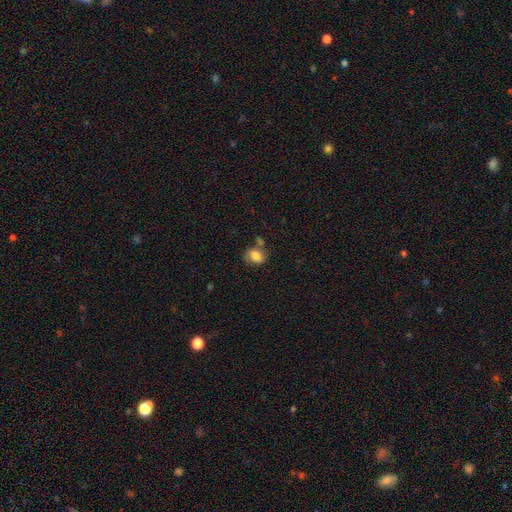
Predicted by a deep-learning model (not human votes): A smooth galaxy with no disk features (78%) that is in between round and cigar-shaped (71%).

Vote fractions:
- Smooth or featured? smooth: 78% / featured or disk: 13% / star or artifact: 9%
- How rounded? in between: 71% / round: 28% / cigar-shaped: 1%
- Merging? none: 51% / minor disturbance: 22% / merger: 18% / major disturbance: 9%